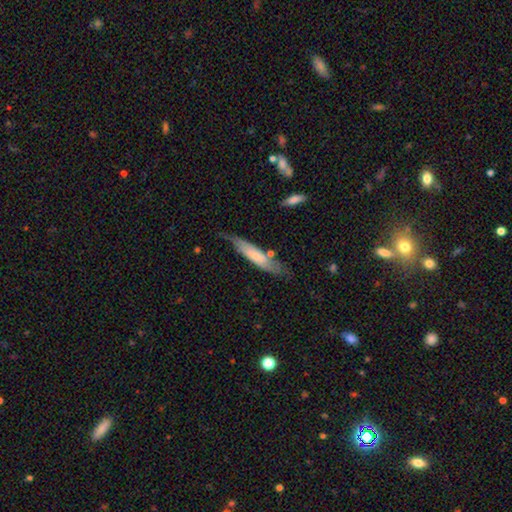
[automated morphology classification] smooth_or_featured: smooth (p=0.58) [alt: featured or disk p=0.36]
how_rounded: cigar-shaped (p=0.78) [alt: in between p=0.21]
merging: none (p=0.58) [alt: minor disturbance p=0.28]